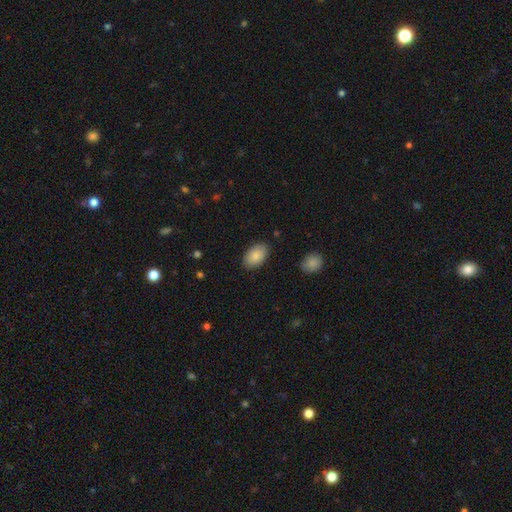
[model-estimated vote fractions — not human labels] A smooth galaxy with no disk features (85%) that is in between round and cigar-shaped (93%). Merging: none (86%).